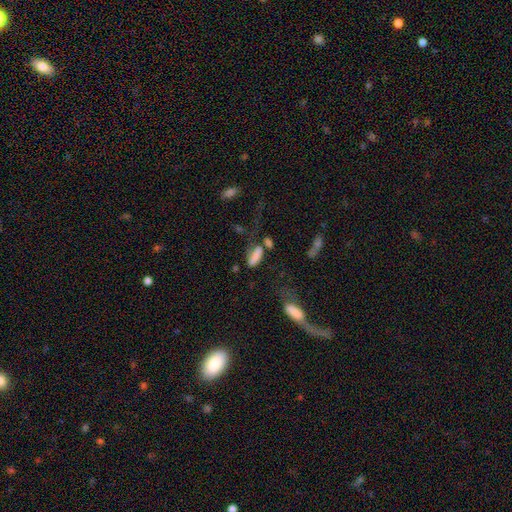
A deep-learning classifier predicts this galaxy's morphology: A smooth galaxy with no disk features (74%) that is in between round and cigar-shaped (65%).

Vote fractions:
- Smooth or featured? smooth: 74% / featured or disk: 14% / star or artifact: 11%
- How rounded? in between: 65% / cigar-shaped: 30% / round: 4%
- Merging? none: 38% / major disturbance: 24% / merger: 20% / minor disturbance: 18%